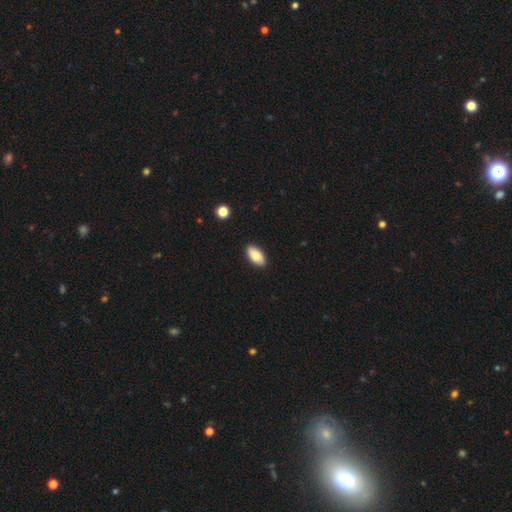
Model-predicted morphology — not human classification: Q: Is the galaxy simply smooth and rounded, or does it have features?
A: smooth — 82%.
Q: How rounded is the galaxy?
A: in between — 92%.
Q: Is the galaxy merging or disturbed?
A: none — 89%.